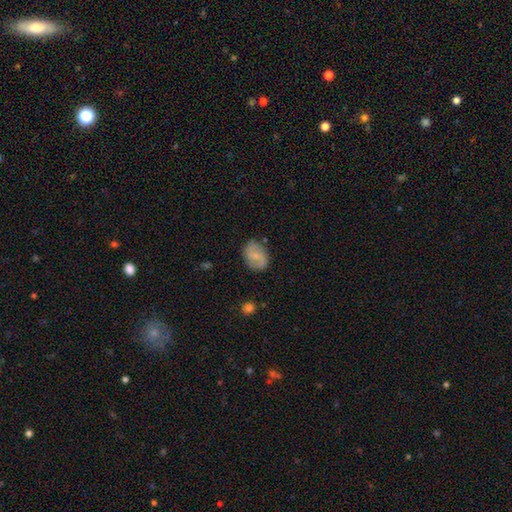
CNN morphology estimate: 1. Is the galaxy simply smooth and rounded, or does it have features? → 48% featured or disk, 45% smooth, 7% star or artifact.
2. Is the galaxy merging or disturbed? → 79% none, 15% minor disturbance, 4% major disturbance, 2% merger.